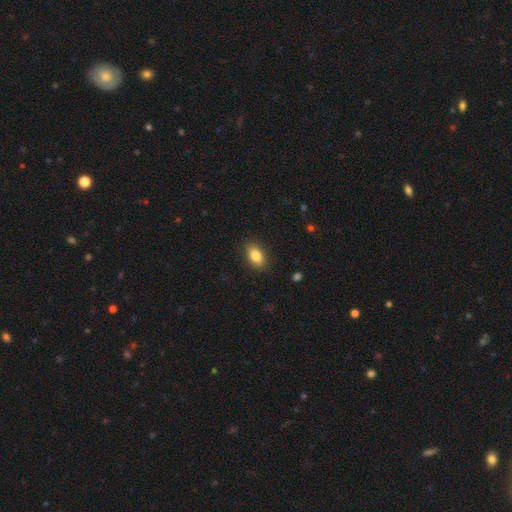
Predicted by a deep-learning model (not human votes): Overall: smooth (85%). How rounded: in between (89%). Merging: none (88%).